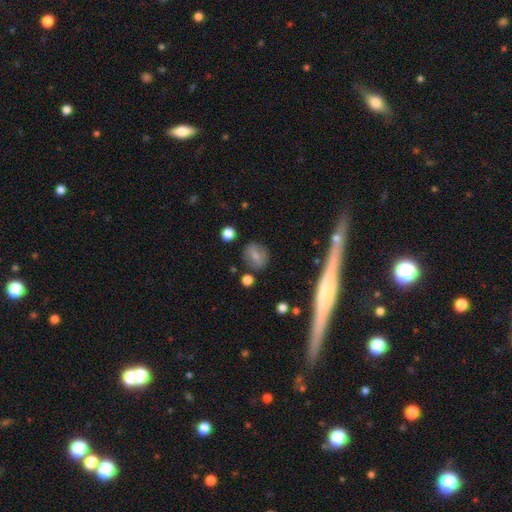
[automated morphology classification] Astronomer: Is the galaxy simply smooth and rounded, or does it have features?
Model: smooth — 69%.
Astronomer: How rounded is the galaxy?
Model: round — 55% (runner-up: in between, 42%).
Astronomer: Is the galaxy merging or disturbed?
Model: none — 79%.